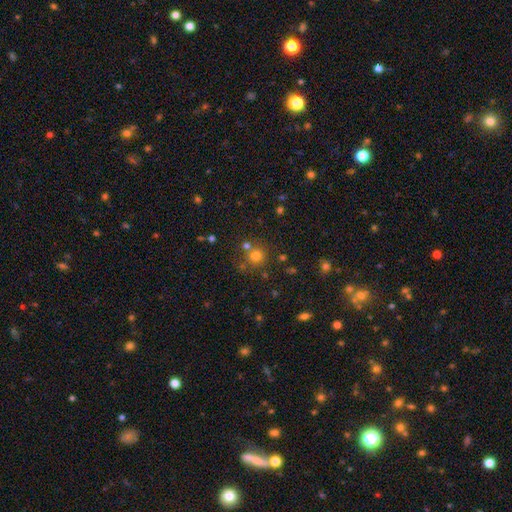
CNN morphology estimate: Smooth or featured? Predicted: smooth (p=0.71). How rounded? Predicted: round (p=0.88). Merging? Predicted: none (p=0.66).